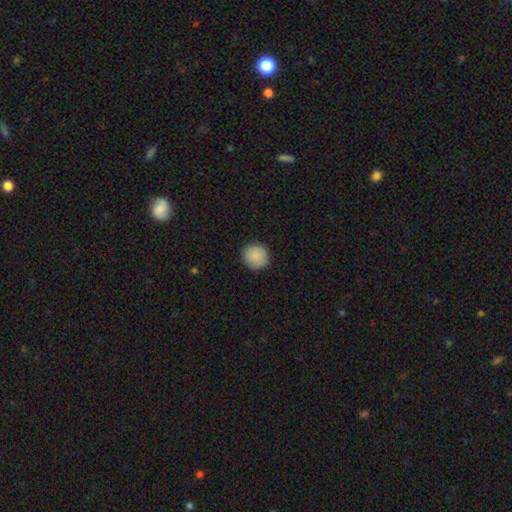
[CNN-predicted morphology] This appears to be a smooth galaxy with no disk features (89%) that is round (93%). Merging: none (90%).